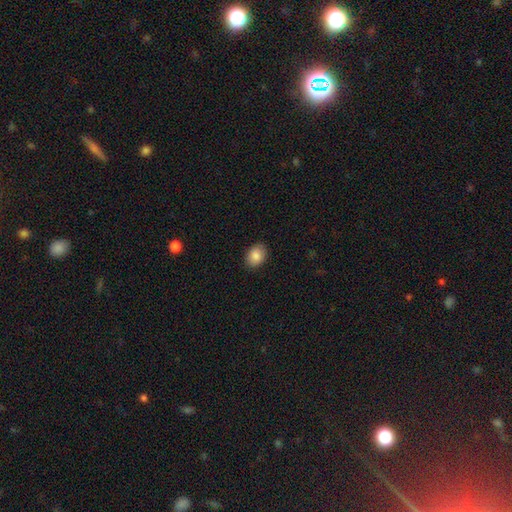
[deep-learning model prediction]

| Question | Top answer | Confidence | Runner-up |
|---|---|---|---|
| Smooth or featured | smooth | 87% | star or artifact (8%) |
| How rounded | in between | 68% | round (32%) |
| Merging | none | 89% | minor disturbance (8%) |